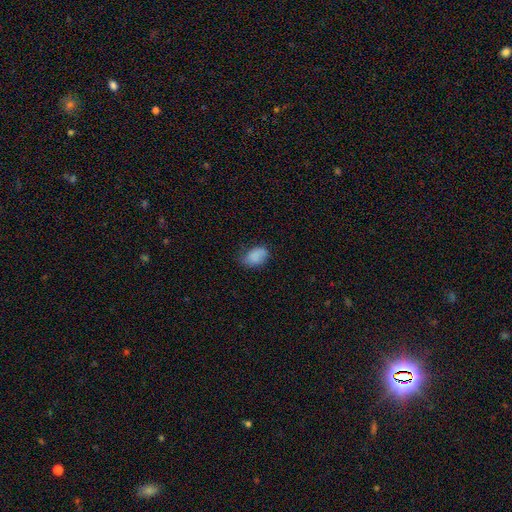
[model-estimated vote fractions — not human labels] A smooth galaxy with no disk features (84%) that is in between round and cigar-shaped (86%). Merging: none (58%).